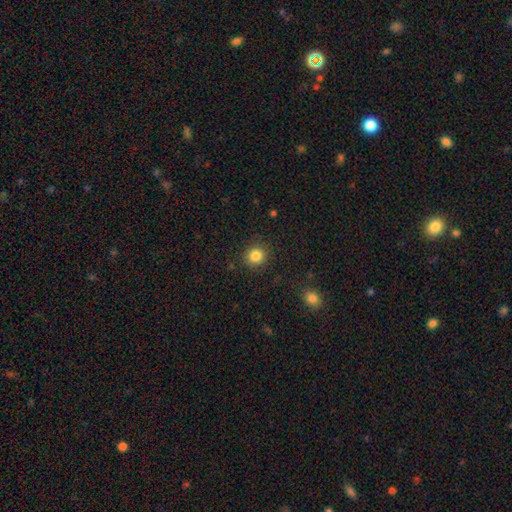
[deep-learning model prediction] smooth 84%, star or artifact 11%, featured or disk 5%. Down the decision tree: how rounded — round (88%); merging — none (89%).